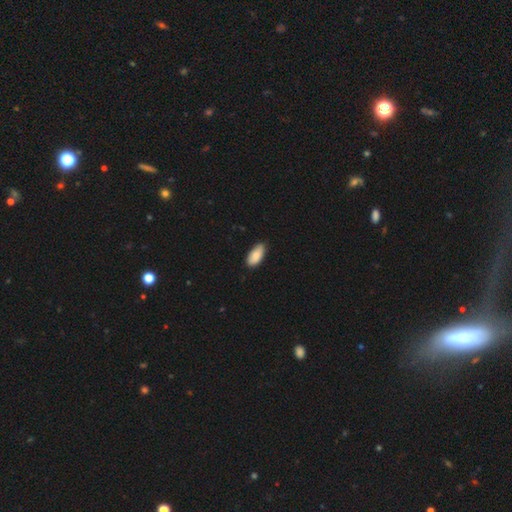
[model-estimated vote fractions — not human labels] smooth 86%, featured or disk 8%, star or artifact 6%. Down the decision tree: how rounded — in between (90%); merging — none (81%).